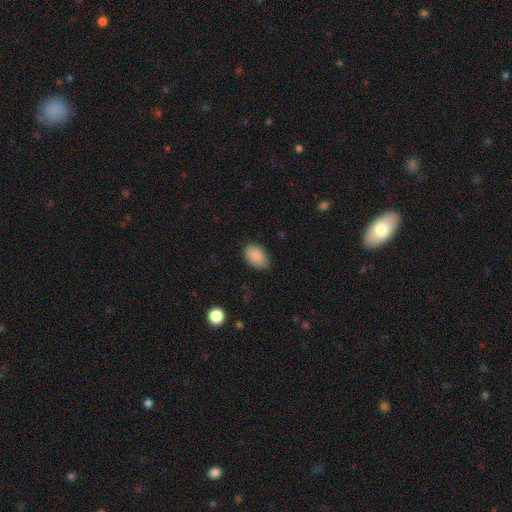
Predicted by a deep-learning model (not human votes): Smooth or featured? smooth (88%)
How rounded? in between (89%)
Merging? none (77%)